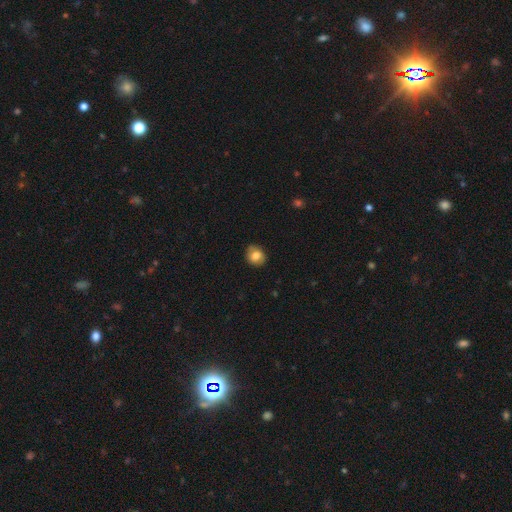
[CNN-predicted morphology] The model was most divided on "how rounded": round: 71%, in between: 28%, cigar-shaped: 1%. More confident: merging — none (86%); smooth or featured — smooth (79%).